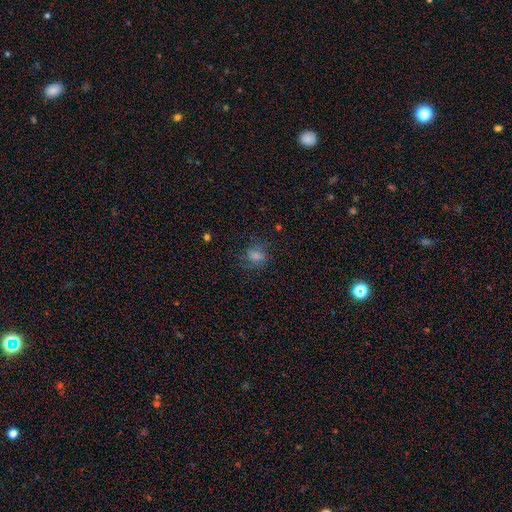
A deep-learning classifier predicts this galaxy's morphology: This is likely a smooth galaxy (68%). How rounded: possibly round (53%). Merging: likely none (64%).